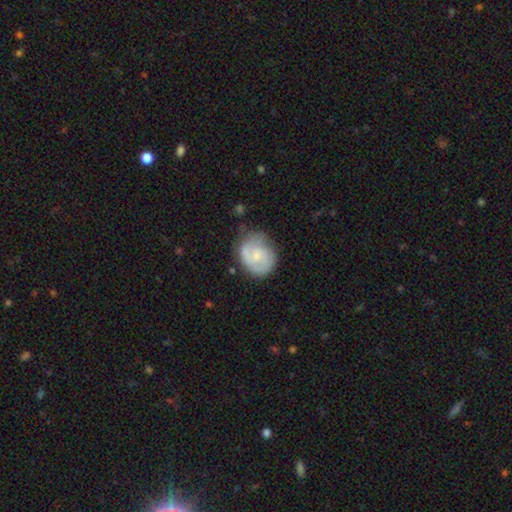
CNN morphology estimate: Smooth or featured?
  - featured or disk: 59% *
  - smooth: 35%
  - star or artifact: 6%
Edge-on disk?
  - no: 98% *
  - yes: 2%
Bar?
  - no: 69% *
  - weak: 27%
  - strong: 4%
Spiral arms?
  - yes: 83% *
  - no: 17%
Bulge size?
  - small: 60% *
  - moderate: 30%
  - none: 7%
  - large: 2%
  - dominant: 1%
Merging?
  - none: 60% *
  - minor disturbance: 27%
  - major disturbance: 11%
  - merger: 2%